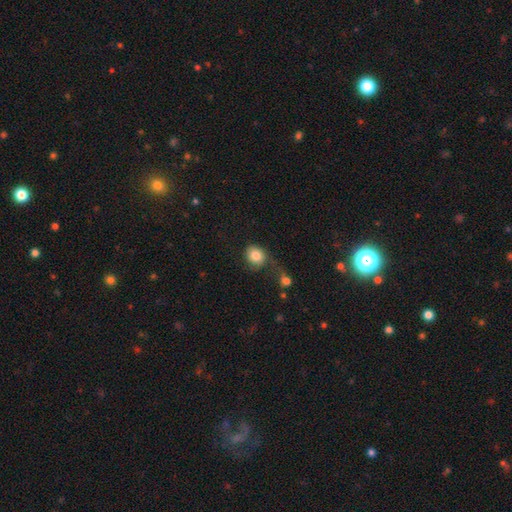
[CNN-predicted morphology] Smooth or featured? Predicted: smooth (p=0.83). How rounded? Predicted: round (p=0.74). Merging? Predicted: none (p=0.47).